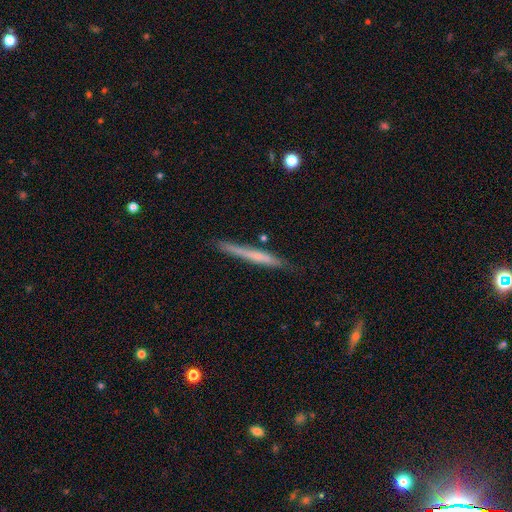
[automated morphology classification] smooth 49%, featured or disk 45%, star or artifact 6%. Down the decision tree: merging — none (81%).